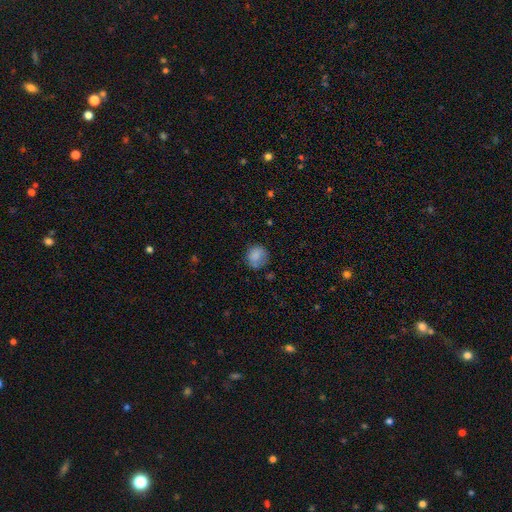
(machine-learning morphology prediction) Smooth or featured? Predicted: smooth (p=0.81). How rounded? Predicted: round (p=0.80). Merging? Predicted: none (p=0.66).